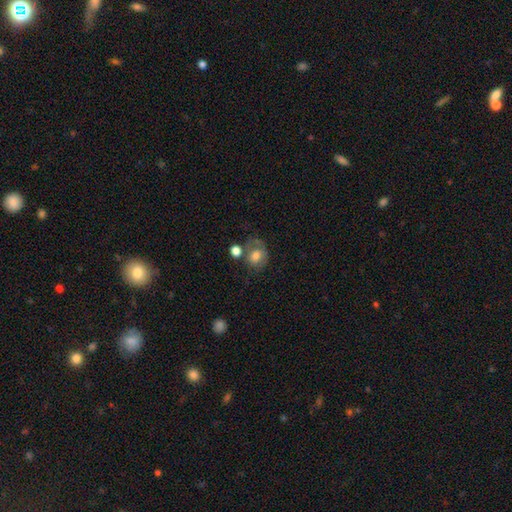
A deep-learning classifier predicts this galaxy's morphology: Smooth or featured: smooth — 68% (featured or disk — 23%)
How rounded: round — 64% (in between — 35%)
Merging: none — 42% (merger — 23%)